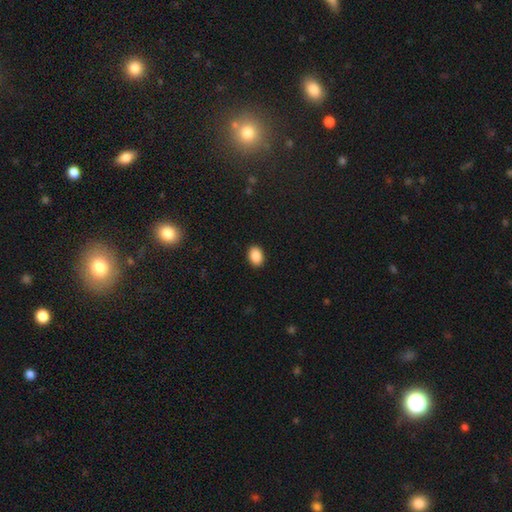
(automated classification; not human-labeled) smooth_or_featured: smooth (p=0.89) [alt: star or artifact p=0.08]
how_rounded: in between (p=0.80) [alt: round p=0.19]
merging: none (p=0.90) [alt: minor disturbance p=0.07]